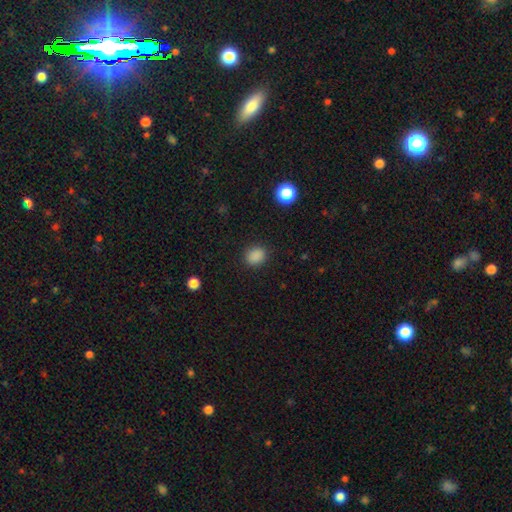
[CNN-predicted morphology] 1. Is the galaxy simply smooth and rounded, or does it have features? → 86% smooth, 11% star or artifact, 3% featured or disk.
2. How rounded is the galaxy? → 58% round, 41% in between, 1% cigar-shaped.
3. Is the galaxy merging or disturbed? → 88% none, 8% minor disturbance, 3% major disturbance, 1% merger.